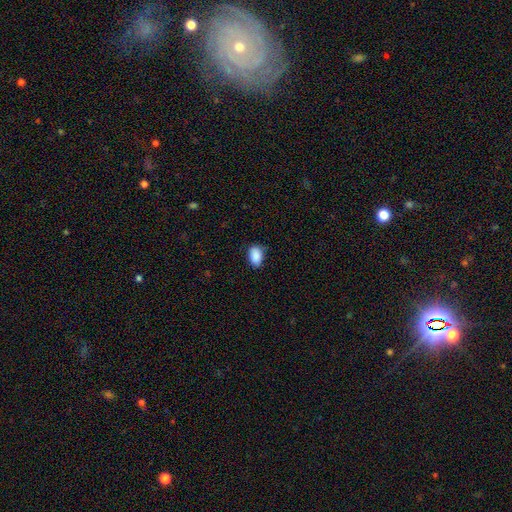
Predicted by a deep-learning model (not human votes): smooth 89%, star or artifact 7%, featured or disk 4%. Down the decision tree: how rounded — in between (88%); merging — none (73%).